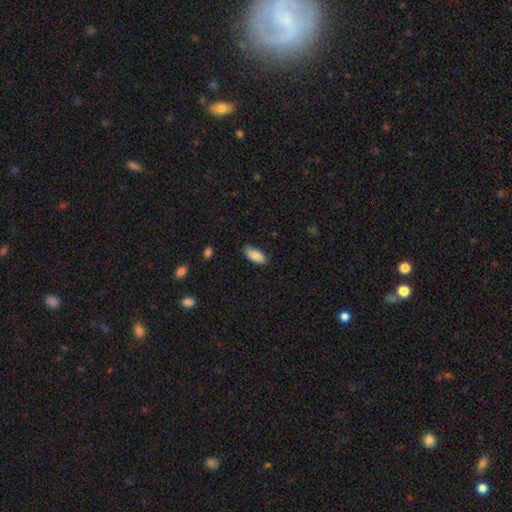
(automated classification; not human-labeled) The model was most divided on "merging": none: 77%, minor disturbance: 19%, major disturbance: 3%, merger: 1%. More confident: smooth or featured — smooth (88%); how rounded — in between (88%).